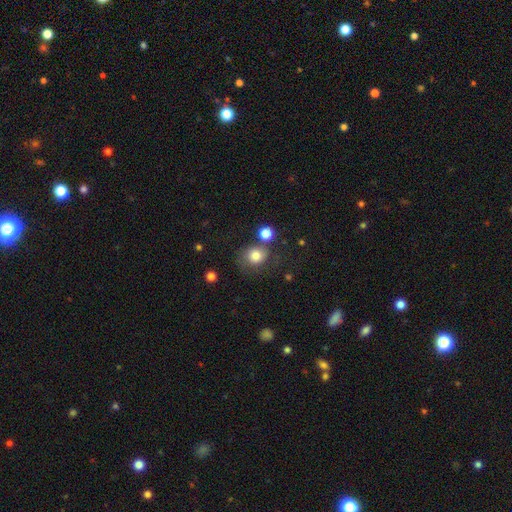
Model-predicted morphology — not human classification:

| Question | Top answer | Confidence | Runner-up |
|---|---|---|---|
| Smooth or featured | smooth | 79% | star or artifact (11%) |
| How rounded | round | 75% | in between (24%) |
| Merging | none | 55% | minor disturbance (18%) |